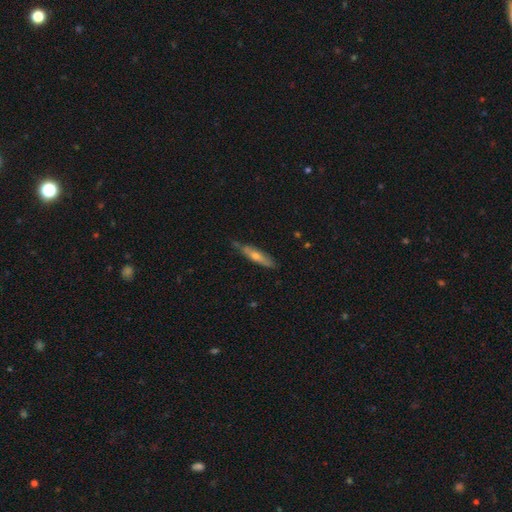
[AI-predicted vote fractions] A featured or disk galaxy (51%) viewed edge-on (82%). Merging: none (78%).